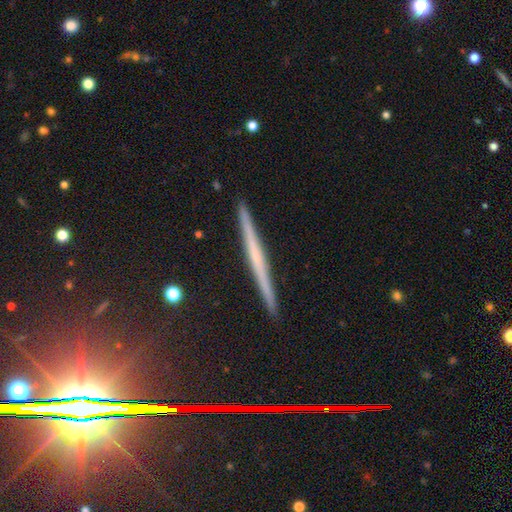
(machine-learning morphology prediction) Q: Smooth or featured?
A: featured or disk (61%); runner-up: smooth (29%)
Q: Edge-on disk?
A: yes (98%); runner-up: no (2%)
Q: Edge-on bulge?
A: none (79%); runner-up: rounded (16%)
Q: Merging?
A: none (92%); runner-up: minor disturbance (6%)